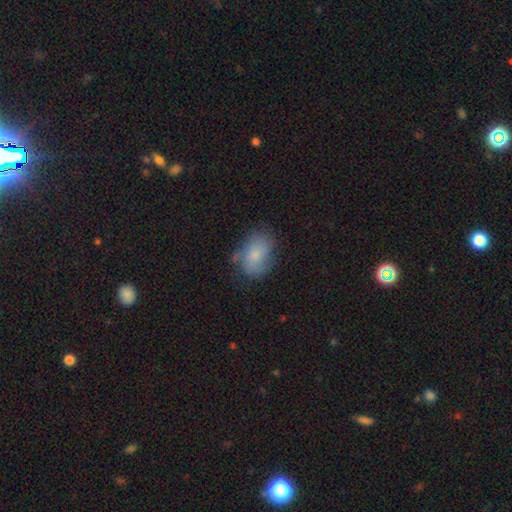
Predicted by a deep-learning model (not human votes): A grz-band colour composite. It shows a smooth galaxy with no disk features (63%) that is in between round and cigar-shaped (78%). Merging: none (54%).